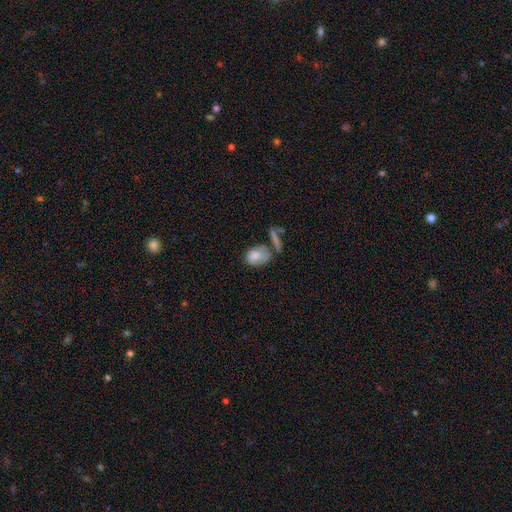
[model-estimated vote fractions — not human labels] Smooth or featured? Predicted: smooth (p=0.74). How rounded? Predicted: in between (p=0.75). Merging? Predicted: none (p=0.32).